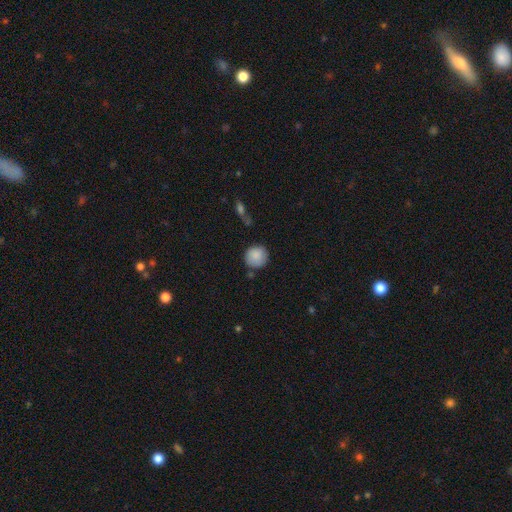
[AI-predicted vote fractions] This is clearly a smooth galaxy (86%). How rounded: clearly round (92%). Merging: likely none (78%).